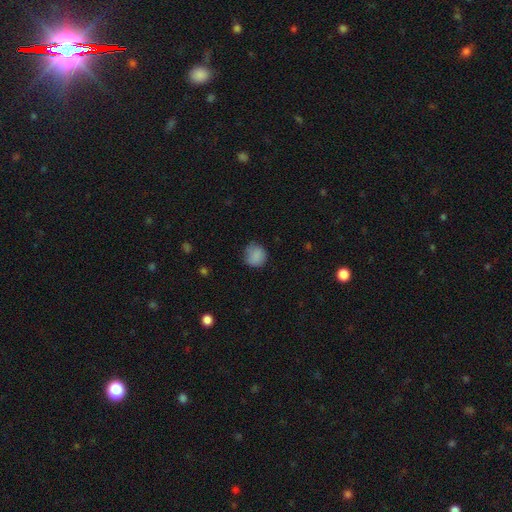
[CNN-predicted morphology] type=smooth (84%); roundness=round (83%); merging=none (67%).